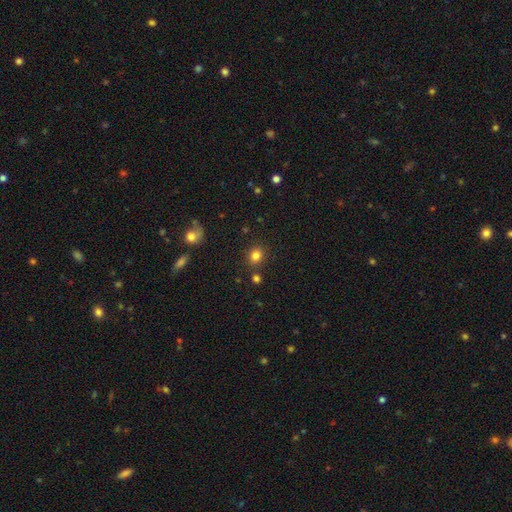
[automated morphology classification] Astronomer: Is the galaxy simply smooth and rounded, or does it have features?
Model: smooth — 82%.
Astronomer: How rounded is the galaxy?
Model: round — 69%.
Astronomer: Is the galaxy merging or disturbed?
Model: none — 82%.